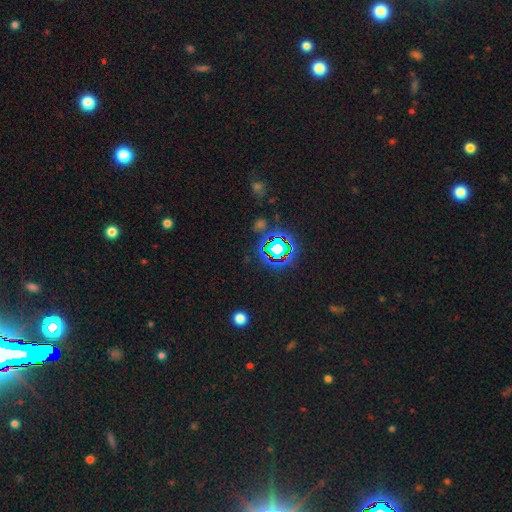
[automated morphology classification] This appears to be a star or artifact, not a galaxy (78%).